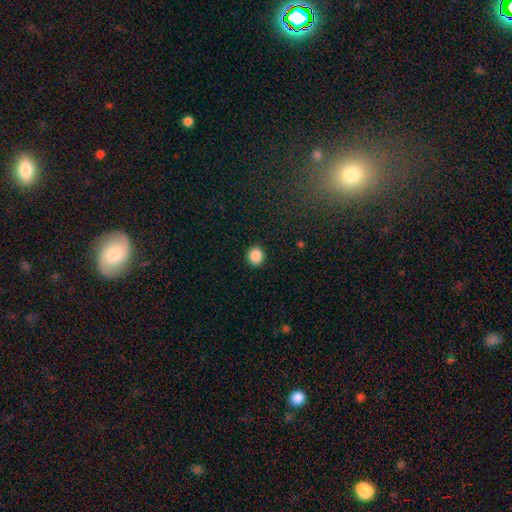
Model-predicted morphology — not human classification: Smooth or featured? smooth (88%)
How rounded? round (85%)
Merging? none (92%)